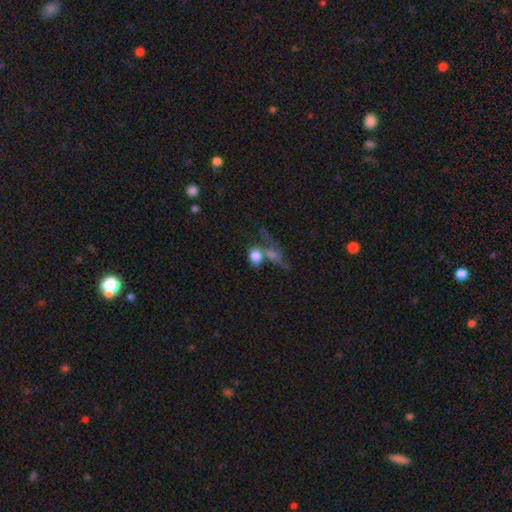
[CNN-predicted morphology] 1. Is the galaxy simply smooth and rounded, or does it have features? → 76% smooth, 13% featured or disk, 11% star or artifact.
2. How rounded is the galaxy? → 54% in between, 42% round, 4% cigar-shaped.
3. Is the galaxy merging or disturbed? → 41% merger, 34% none, 12% major disturbance, 12% minor disturbance.